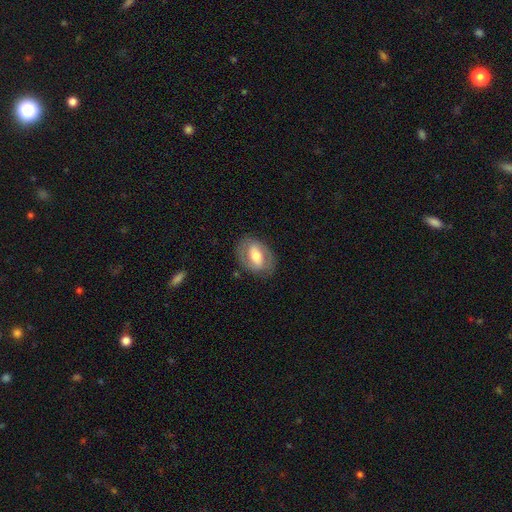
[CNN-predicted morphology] Overall: featured or disk (59%; smooth 34%). Edge-on disk: no (94%). Bar: strong (43%; weak 36%). Spiral arms: yes (60%; no 40%). Bulge size: moderate (66%). Merging: none (80%).